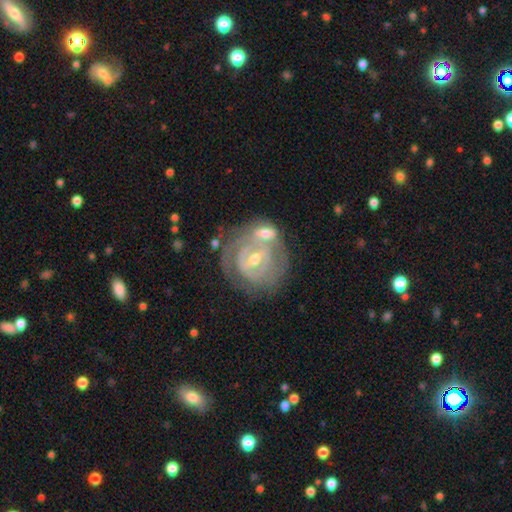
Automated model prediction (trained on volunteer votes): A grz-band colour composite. It shows a featured or disk galaxy (84%) with a weak bar (45%), 2 (41%) tight (74%) spiral arms (89%) and a small central bulge (49%). Merging: none (47%).